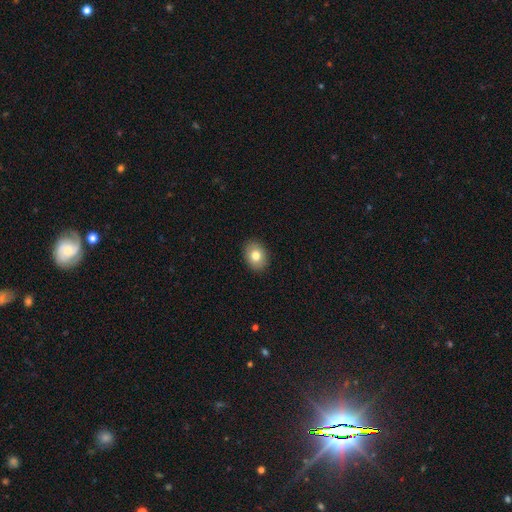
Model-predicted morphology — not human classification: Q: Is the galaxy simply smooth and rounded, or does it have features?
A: smooth — 79%.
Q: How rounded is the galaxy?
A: in between — 62%.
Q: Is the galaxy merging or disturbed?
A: none — 90%.